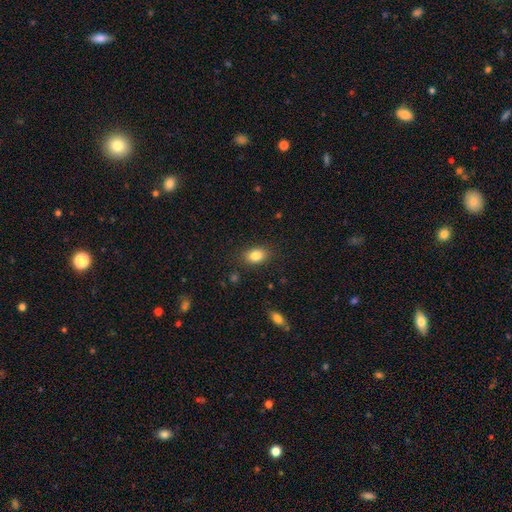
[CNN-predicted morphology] This appears to be a smooth galaxy with no disk features (84%) that is in between round and cigar-shaped (75%). Merging: none (86%).